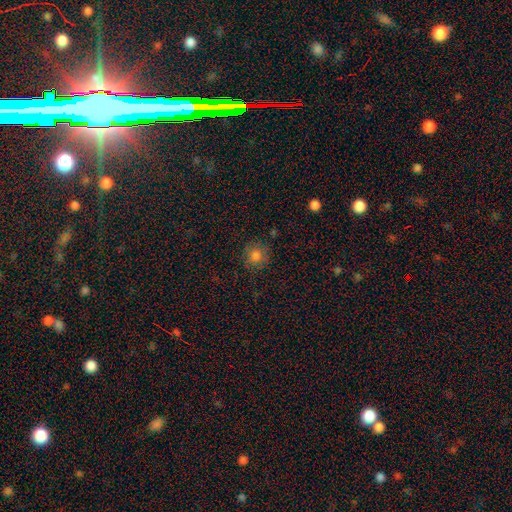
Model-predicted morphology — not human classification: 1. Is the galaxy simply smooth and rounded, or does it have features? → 80% smooth, 13% star or artifact, 7% featured or disk.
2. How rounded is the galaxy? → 91% round, 8% in between, 1% cigar-shaped.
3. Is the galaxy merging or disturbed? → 85% none, 11% minor disturbance, 3% major disturbance, 1% merger.